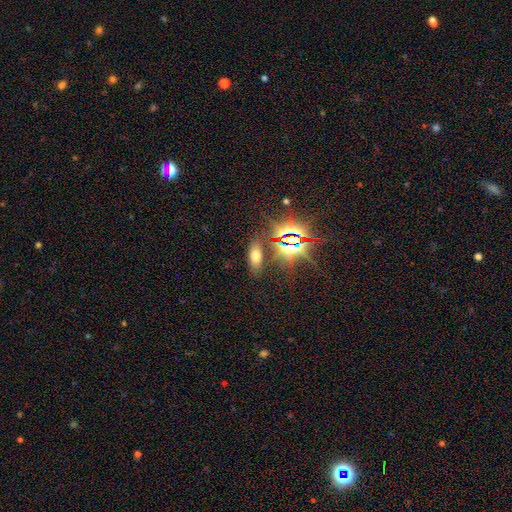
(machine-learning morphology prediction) smooth_or_featured: smooth (p=0.54) [alt: star or artifact p=0.33]
how_rounded: in between (p=0.76) [alt: cigar-shaped p=0.17]
merging: none (p=0.80) [alt: minor disturbance p=0.10]